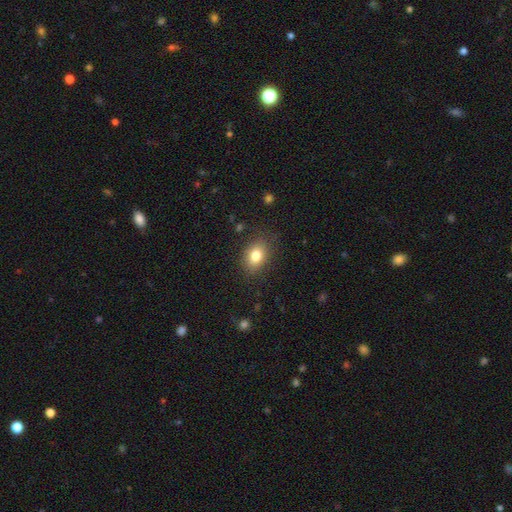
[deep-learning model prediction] Smooth or featured: smooth — 81% (star or artifact — 10%)
How rounded: in between — 73% (round — 26%)
Merging: none — 84% (minor disturbance — 11%)